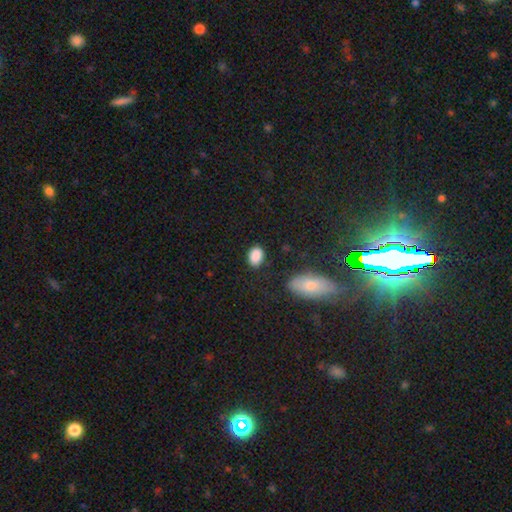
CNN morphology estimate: smooth 88%, star or artifact 8%, featured or disk 4%. Down the decision tree: how rounded — in between (82%); merging — none (82%).